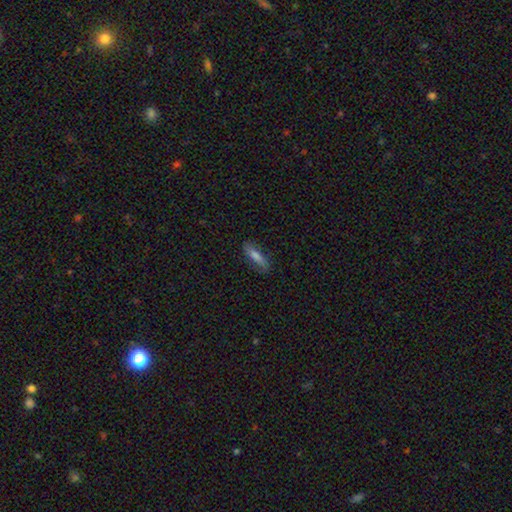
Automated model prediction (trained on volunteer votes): Overall: smooth (71%). How rounded: cigar-shaped (65%; in between 33%). Merging: none (81%).